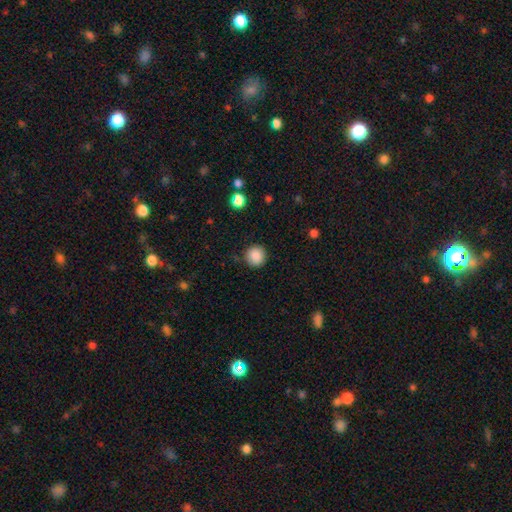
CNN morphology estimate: Overall: smooth (88%). How rounded: round (93%). Merging: none (87%).